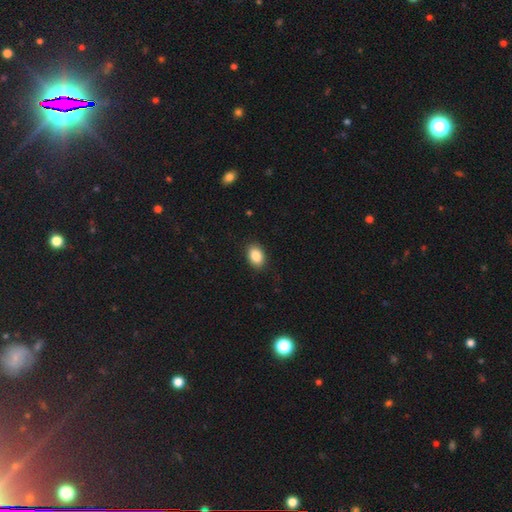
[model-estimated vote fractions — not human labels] smooth-or-featured: smooth: 86% | star or artifact: 8% | featured or disk: 6%
  how-rounded: in between: 84% | round: 15% | cigar-shaped: 1%
  merging: none: 89% | minor disturbance: 8% | major disturbance: 2% | merger: 1%